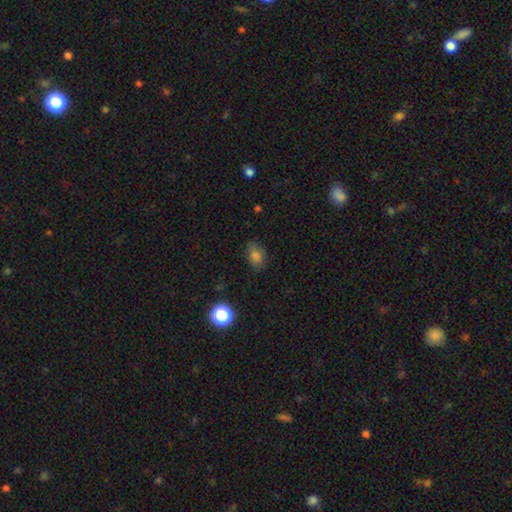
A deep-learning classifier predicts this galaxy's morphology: Smooth or featured?
  - smooth: 79% *
  - star or artifact: 15%
  - featured or disk: 7%
How rounded?
  - in between: 78% *
  - round: 21%
  - cigar-shaped: 2%
Merging?
  - none: 79% *
  - minor disturbance: 16%
  - major disturbance: 4%
  - merger: 1%